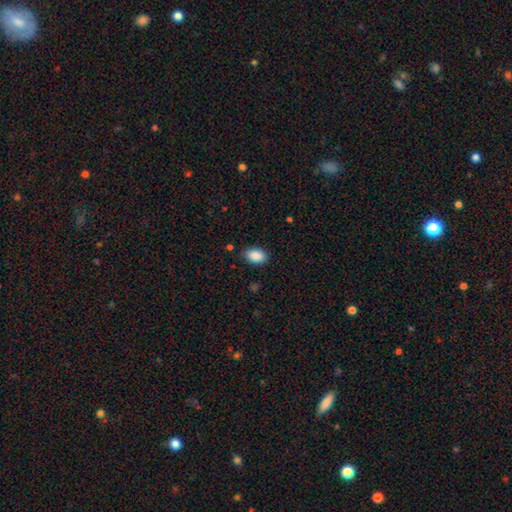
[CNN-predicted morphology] A smooth galaxy with no disk features (89%) that is in between round and cigar-shaped (89%). Merging: none (85%).